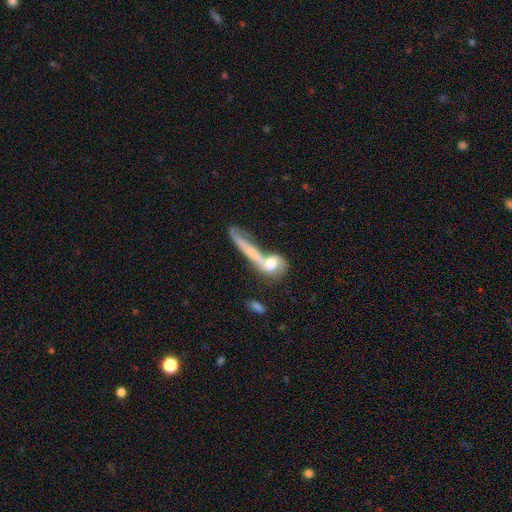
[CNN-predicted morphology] Smooth or featured? smooth (45%)
Merging? merger (43%)